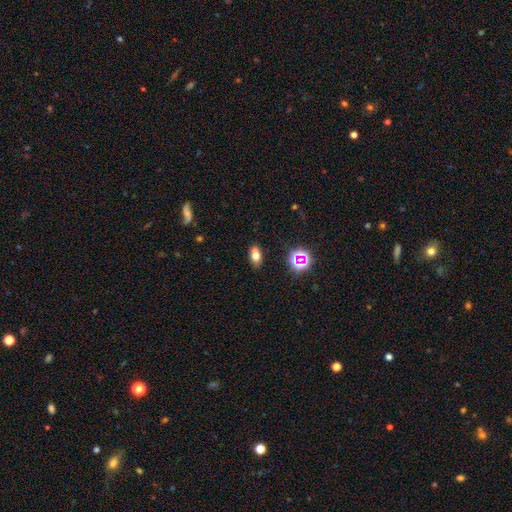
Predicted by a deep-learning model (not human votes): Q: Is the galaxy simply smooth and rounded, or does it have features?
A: smooth — 67%.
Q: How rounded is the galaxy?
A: in between — 81%.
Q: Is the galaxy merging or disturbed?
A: none — 63%.